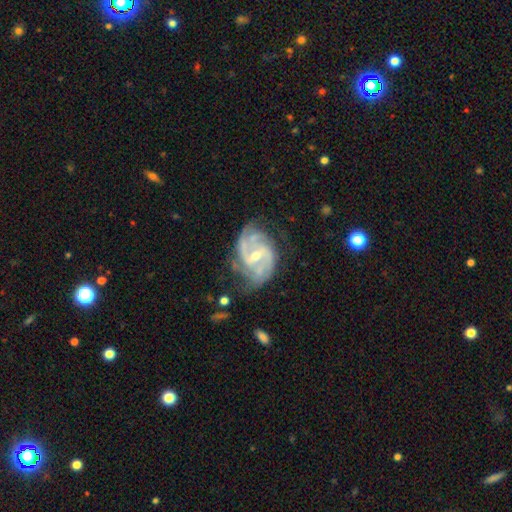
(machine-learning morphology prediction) Smooth or featured?
  - featured or disk: 90% *
  - star or artifact: 5%
  - smooth: 4%
Edge-on disk?
  - no: 98% *
  - yes: 2%
Bar?
  - weak: 51% *
  - strong: 25%
  - no: 24%
Spiral arms?
  - yes: 97% *
  - no: 3%
Spiral winding?
  - medium: 47% *
  - tight: 37%
  - loose: 16%
Spiral arm count?
  - 2: 49% *
  - 3: 22%
  - can't tell: 13%
  - 4: 7%
  - 1: 4%
  - more than 4: 4%
Bulge size?
  - small: 53% *
  - moderate: 44%
  - none: 1%
  - large: 1%
  - dominant: 1%
Merging?
  - none: 65% *
  - minor disturbance: 22%
  - major disturbance: 10%
  - merger: 2%